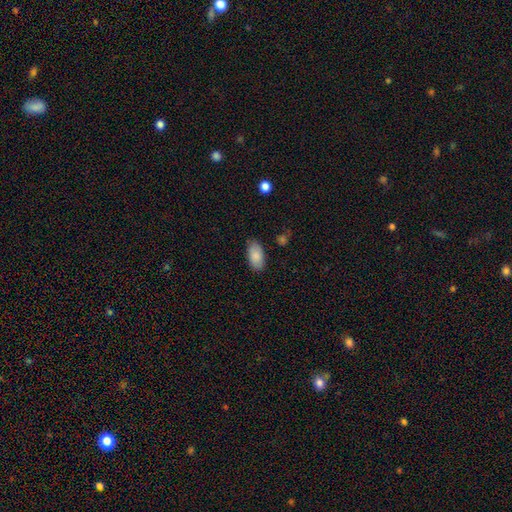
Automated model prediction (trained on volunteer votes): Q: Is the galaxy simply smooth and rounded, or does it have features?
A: smooth — 87%.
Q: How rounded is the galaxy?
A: in between — 94%.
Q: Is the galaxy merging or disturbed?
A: none — 84%.